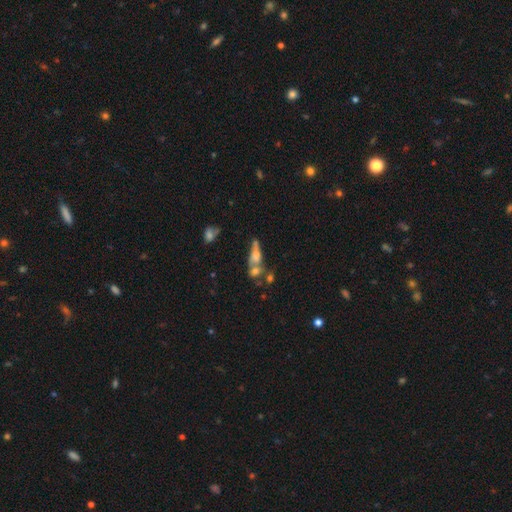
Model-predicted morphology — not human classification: A featured or disk galaxy (43%). Merging: merger (45%).